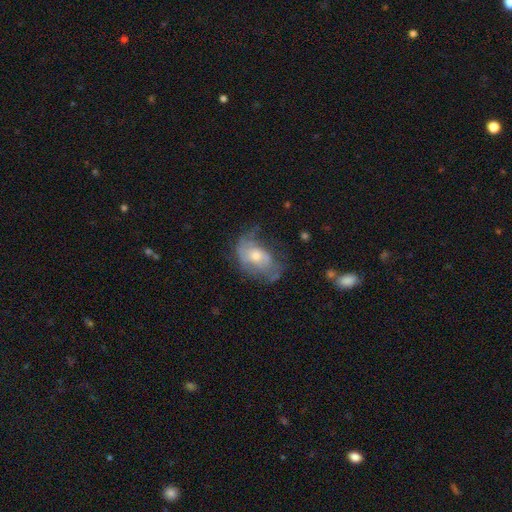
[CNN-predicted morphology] This appears to be a featured or disk galaxy (58%) with no bar (75%), spiral arms (63%) and a moderate central bulge (57%). Merging: none (39%).